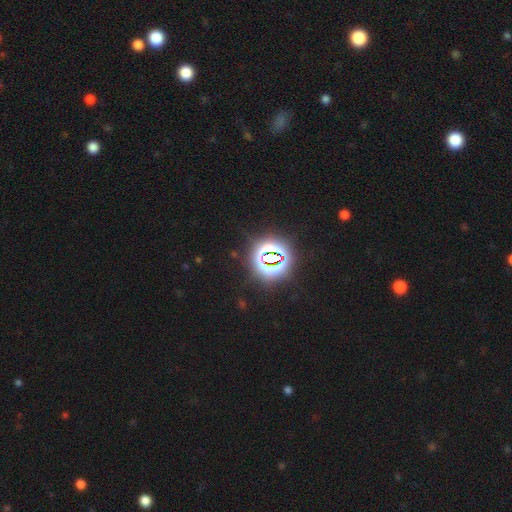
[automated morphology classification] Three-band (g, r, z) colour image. It shows a star or artifact, not a galaxy (82%).